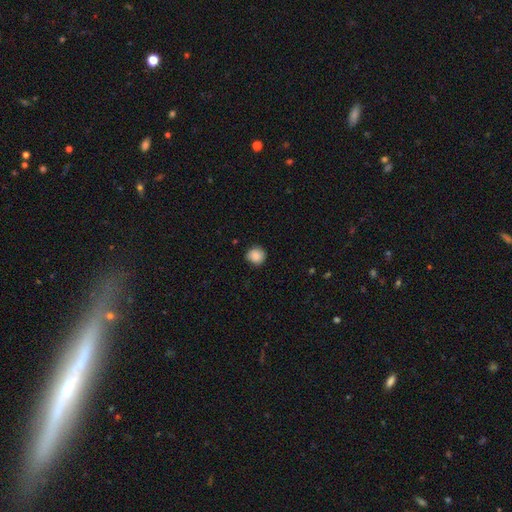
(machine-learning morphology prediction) Overall: smooth (84%). How rounded: round (90%). Merging: none (83%).